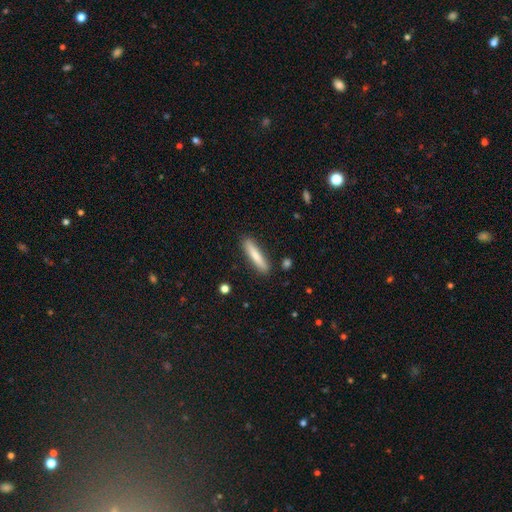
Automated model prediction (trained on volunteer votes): Smooth or featured? Predicted: smooth (p=0.75). How rounded? Predicted: cigar-shaped (p=0.88). Merging? Predicted: none (p=0.88).